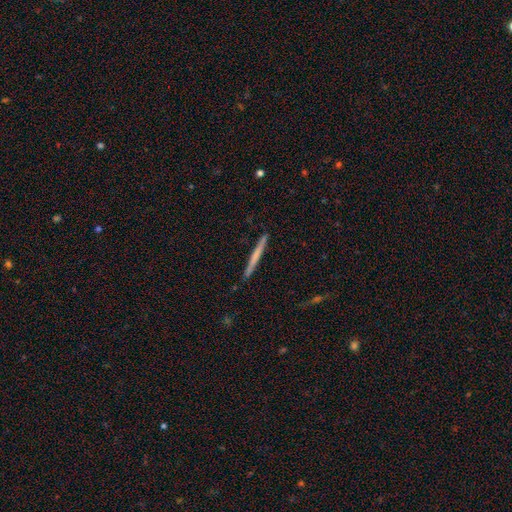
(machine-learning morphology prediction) Smooth or featured? Predicted: smooth (p=0.54). How rounded? Predicted: cigar-shaped (p=0.97). Merging? Predicted: none (p=0.91).